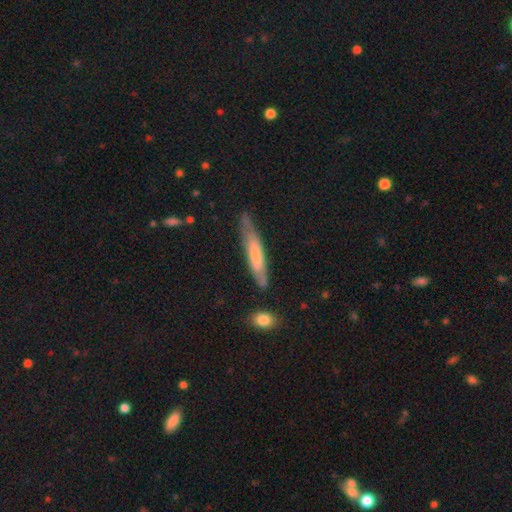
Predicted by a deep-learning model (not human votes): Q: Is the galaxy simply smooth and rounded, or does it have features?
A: smooth — 58%.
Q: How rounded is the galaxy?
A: cigar-shaped — 89%.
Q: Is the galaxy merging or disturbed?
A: none — 70%.